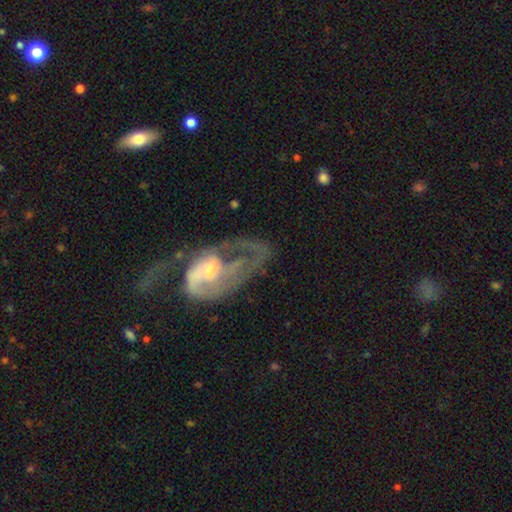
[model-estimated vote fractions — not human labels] This is likely a featured or disk galaxy (77%). It is clearly not viewed edge-on (95%). Bar: possibly no (55%). Spiral arm pattern: likely yes (77%). Spiral arm count: marginally 2 (39%). Spiral winding: marginally medium (41%). Central bulge: marginally moderate (43%). Merging: possibly major disturbance (50%).